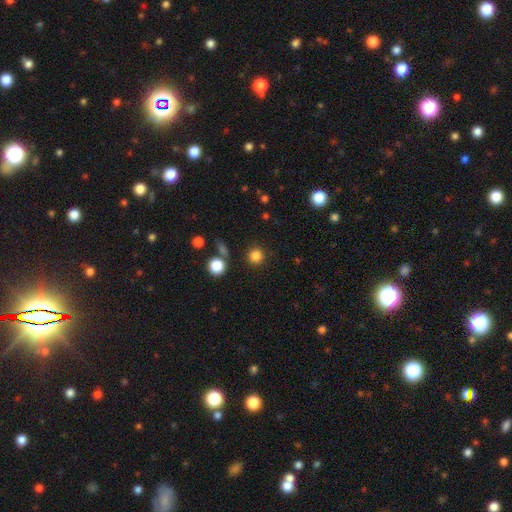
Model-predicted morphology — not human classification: smooth 83%, star or artifact 13%, featured or disk 4%. Down the decision tree: how rounded — round (93%); merging — none (88%).